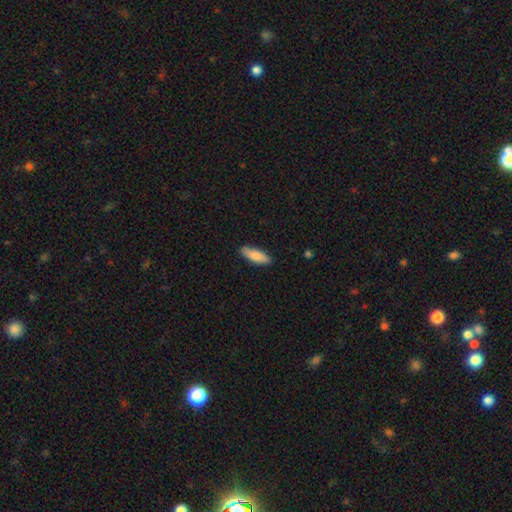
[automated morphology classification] type=smooth (85%); roundness=in between (58%); merging=none (88%).